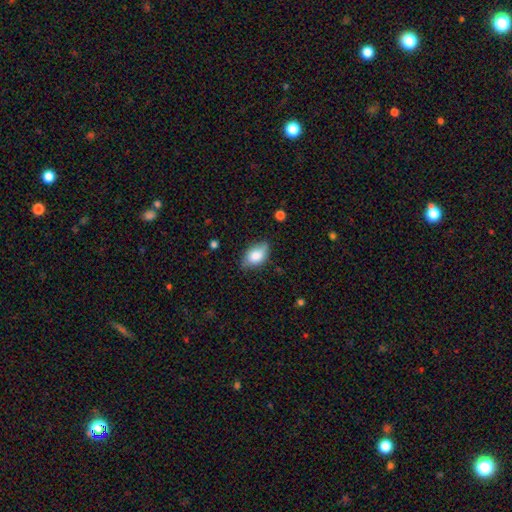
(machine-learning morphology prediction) Overall: smooth (81%). How rounded: in between (89%). Merging: none (71%).